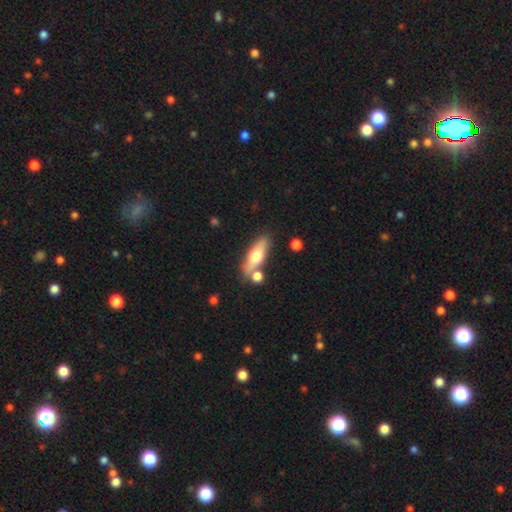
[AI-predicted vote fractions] This appears to be a smooth galaxy with no disk features (54%) that is in between round and cigar-shaped (50%). Merging: none (70%).